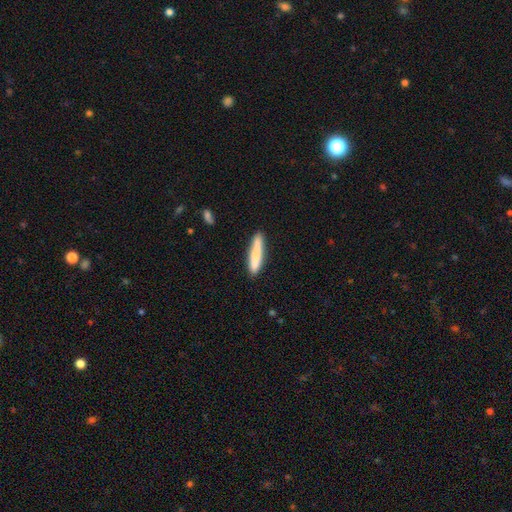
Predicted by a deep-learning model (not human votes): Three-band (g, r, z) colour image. It shows a smooth galaxy with no disk features (81%) that is cigar-shaped (91%). Merging: none (86%).